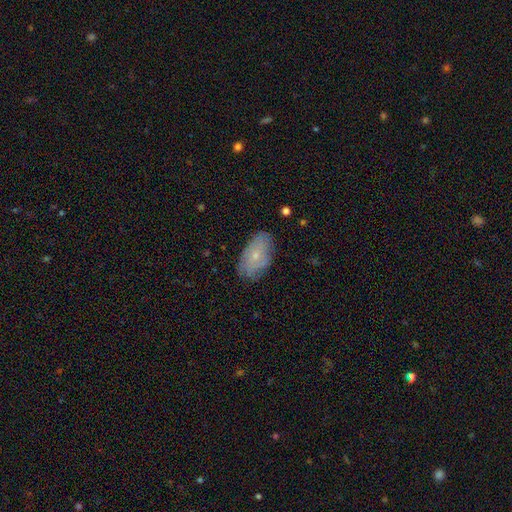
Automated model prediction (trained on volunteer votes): A smooth galaxy with no disk features (48%). Merging: none (74%).